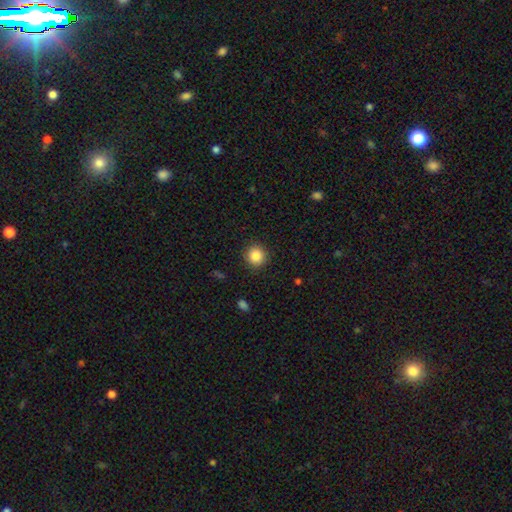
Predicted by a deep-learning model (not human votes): Smooth or featured: smooth — 86% (star or artifact — 10%)
How rounded: round — 92% (in between — 7%)
Merging: none — 91% (minor disturbance — 6%)